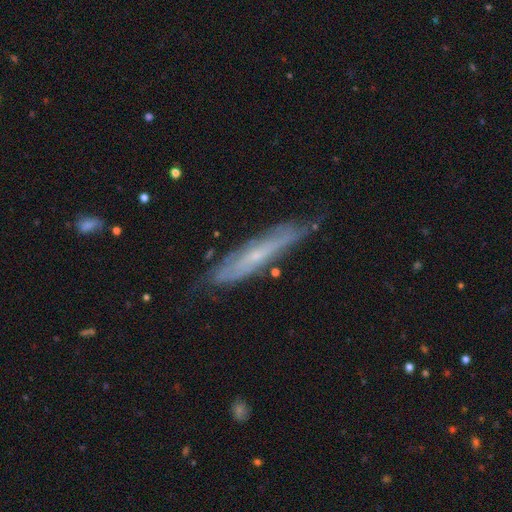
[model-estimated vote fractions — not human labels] featured or disk 66%, smooth 27%, star or artifact 7%. Down the decision tree: edge-on disk — yes (60%); merging — none (70%).